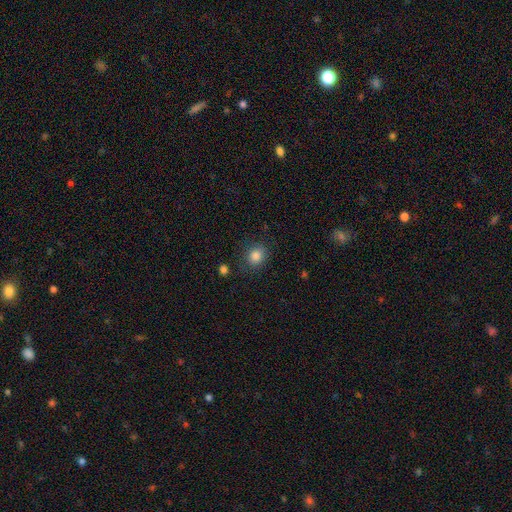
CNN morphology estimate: type=smooth (84%); roundness=round (71%); merging=none (83%).